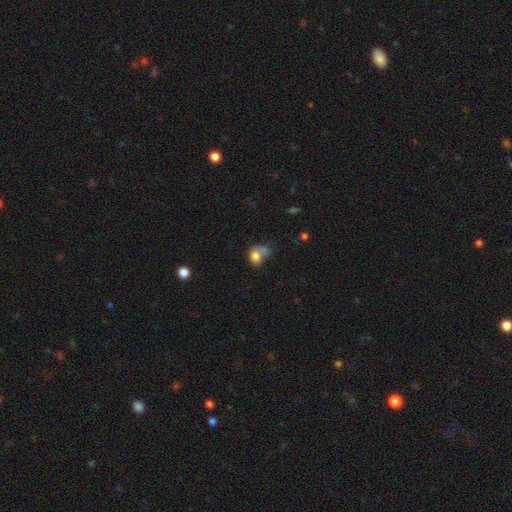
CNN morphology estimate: smooth-or-featured: smooth: 77% | featured or disk: 13% | star or artifact: 10%
  how-rounded: in between: 57% | round: 42% | cigar-shaped: 1%
  merging: merger: 43% | none: 28% | minor disturbance: 15% | major disturbance: 14%